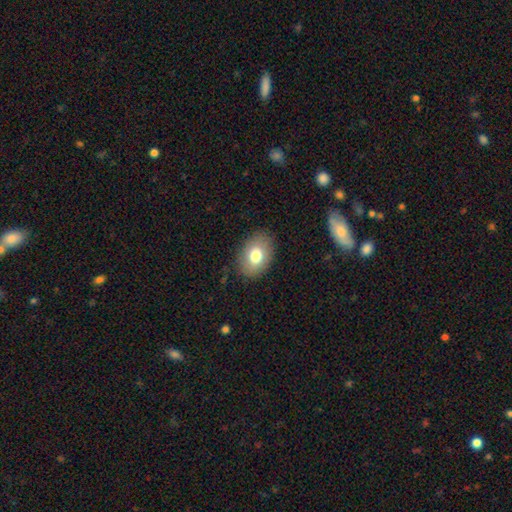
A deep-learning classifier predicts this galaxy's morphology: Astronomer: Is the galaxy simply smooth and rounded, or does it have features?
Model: smooth — 76%.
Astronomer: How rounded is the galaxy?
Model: in between — 84%.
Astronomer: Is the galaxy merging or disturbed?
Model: none — 86%.